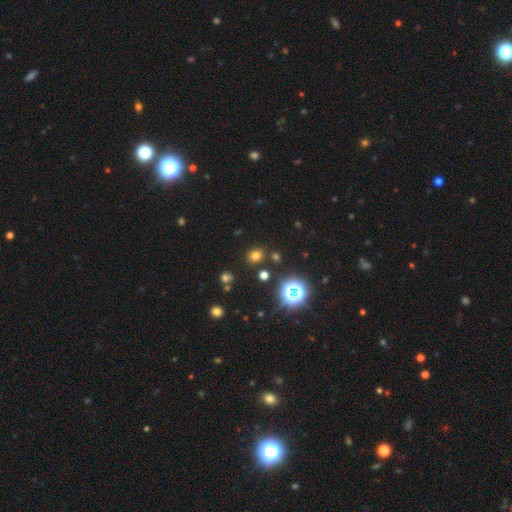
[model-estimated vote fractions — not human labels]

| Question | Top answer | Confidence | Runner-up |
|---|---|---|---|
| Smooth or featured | smooth | 66% | star or artifact (27%) |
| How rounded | round | 70% | in between (29%) |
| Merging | none | 84% | minor disturbance (8%) |